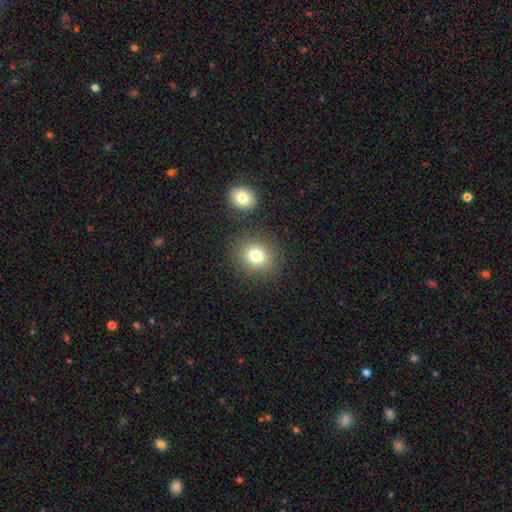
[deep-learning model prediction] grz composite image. It shows a smooth galaxy with no disk features (78%) that is round (70%). Merging: none (80%).